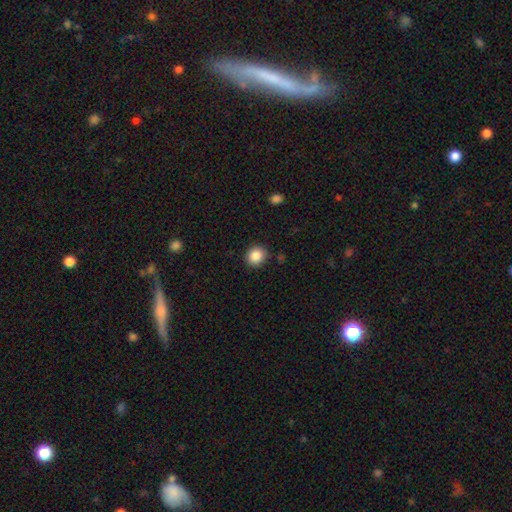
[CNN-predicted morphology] This is clearly a smooth galaxy (86%). How rounded: clearly round (82%). Merging: clearly none (89%).